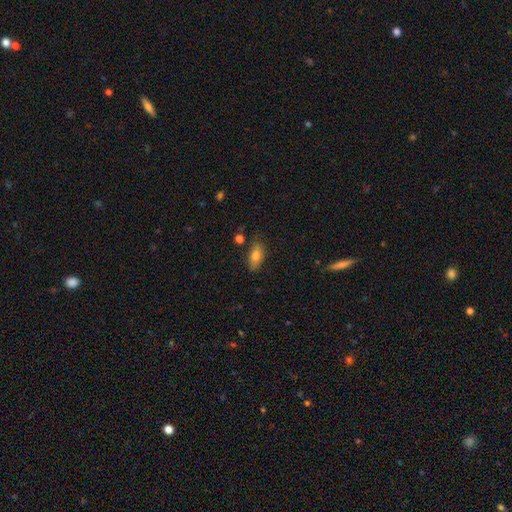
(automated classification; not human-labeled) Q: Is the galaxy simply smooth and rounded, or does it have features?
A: smooth — 78%.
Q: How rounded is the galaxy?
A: in between — 85%.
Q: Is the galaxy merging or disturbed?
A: none — 79%.